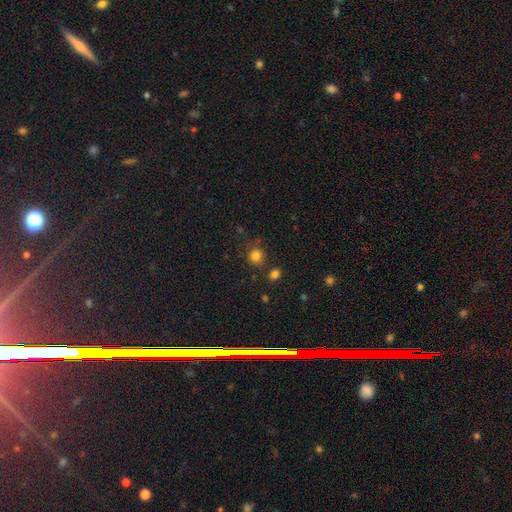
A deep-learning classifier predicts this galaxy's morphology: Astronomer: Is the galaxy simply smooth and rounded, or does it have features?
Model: smooth — 81%.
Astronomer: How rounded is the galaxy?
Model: round — 88%.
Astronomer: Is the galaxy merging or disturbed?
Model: none — 77%.